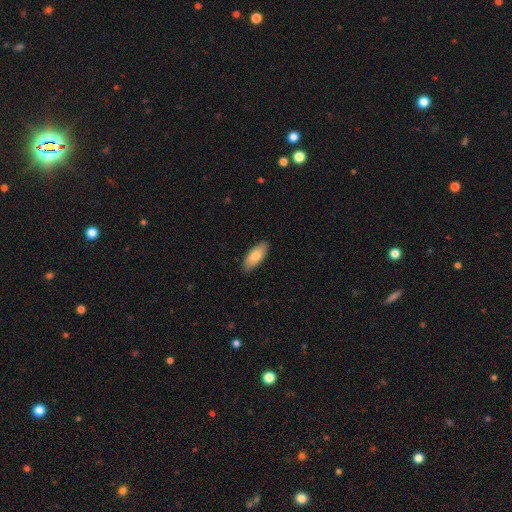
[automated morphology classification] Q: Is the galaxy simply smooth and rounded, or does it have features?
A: smooth — 77%.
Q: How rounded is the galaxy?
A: in between — 83%.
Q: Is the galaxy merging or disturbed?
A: none — 88%.